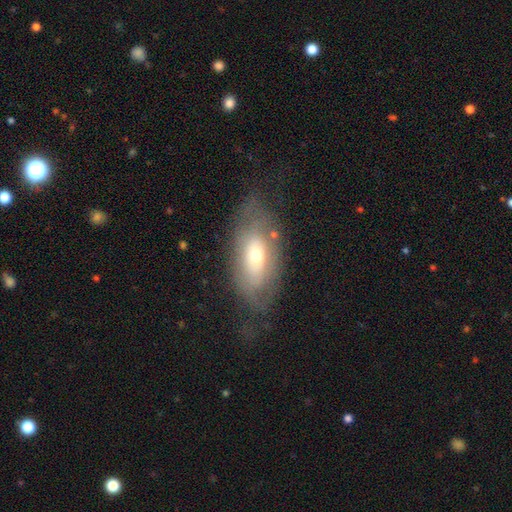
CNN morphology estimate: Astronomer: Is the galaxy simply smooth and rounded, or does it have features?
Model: featured or disk — 48% (runner-up: smooth, 43%).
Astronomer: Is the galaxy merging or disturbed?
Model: none — 61%.